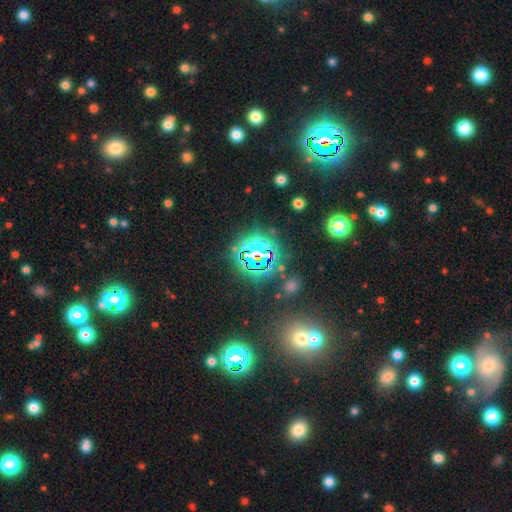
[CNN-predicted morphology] This appears to be a star or artifact, not a galaxy (75%).